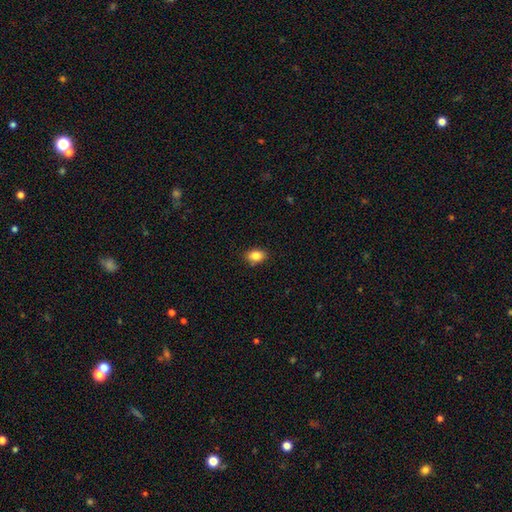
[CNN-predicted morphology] Smooth or featured? Predicted: smooth (p=0.85). How rounded? Predicted: in between (p=0.75). Merging? Predicted: none (p=0.86).